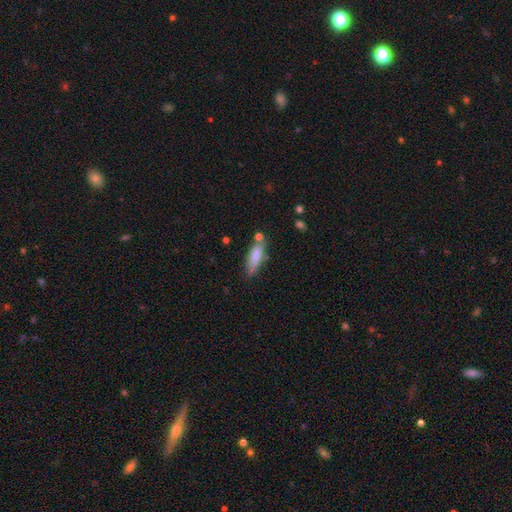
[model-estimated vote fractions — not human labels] smooth 79%, featured or disk 14%, star or artifact 7%. Down the decision tree: how rounded — cigar-shaped (51%); merging — none (61%).